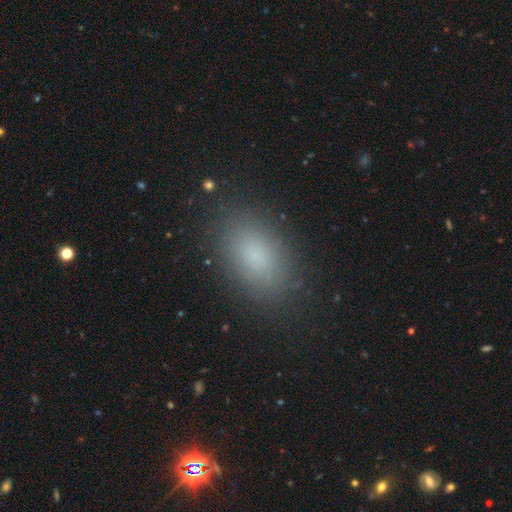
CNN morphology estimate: smooth_or_featured: smooth (p=0.83) [alt: star or artifact p=0.11]
how_rounded: in between (p=0.91) [alt: round p=0.07]
merging: none (p=0.87) [alt: minor disturbance p=0.09]